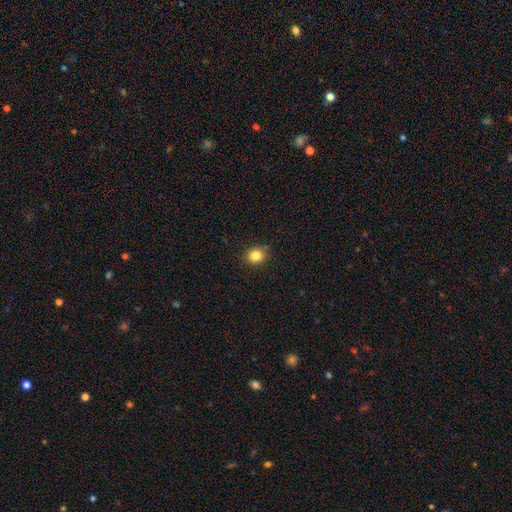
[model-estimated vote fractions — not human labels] This is clearly a smooth galaxy (84%). How rounded: likely round (76%). Merging: clearly none (87%).